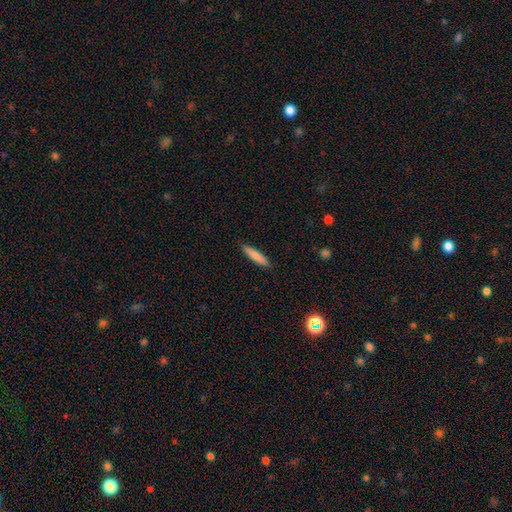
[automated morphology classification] Smooth or featured: smooth — 83% (featured or disk — 11%)
How rounded: cigar-shaped — 86% (in between — 13%)
Merging: none — 91% (minor disturbance — 7%)